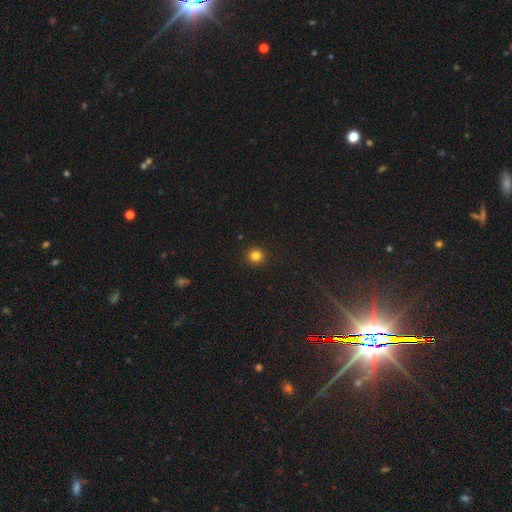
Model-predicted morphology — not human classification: A smooth galaxy with no disk features (83%) that is round (93%). Merging: none (93%).